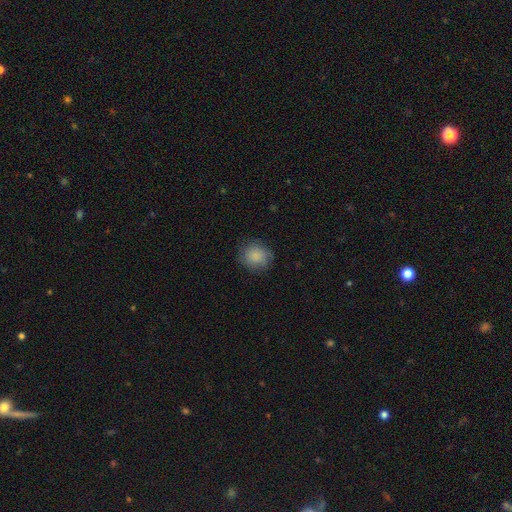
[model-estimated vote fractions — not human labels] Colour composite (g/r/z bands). It shows a smooth galaxy with no disk features (85%) that is round (81%). Merging: none (79%).